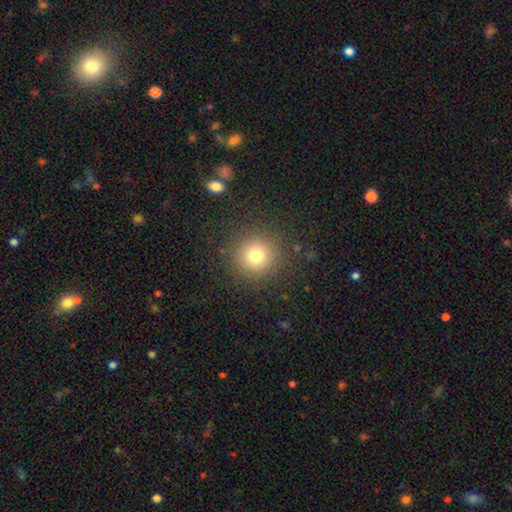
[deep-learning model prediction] This appears to be a smooth galaxy with no disk features (75%) that is round (94%). Merging: none (89%).